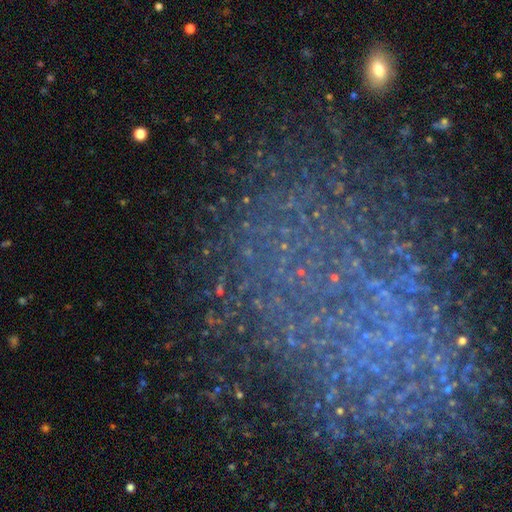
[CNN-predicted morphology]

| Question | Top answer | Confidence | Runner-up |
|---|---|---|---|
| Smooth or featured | star or artifact | 62% | featured or disk (25%) |